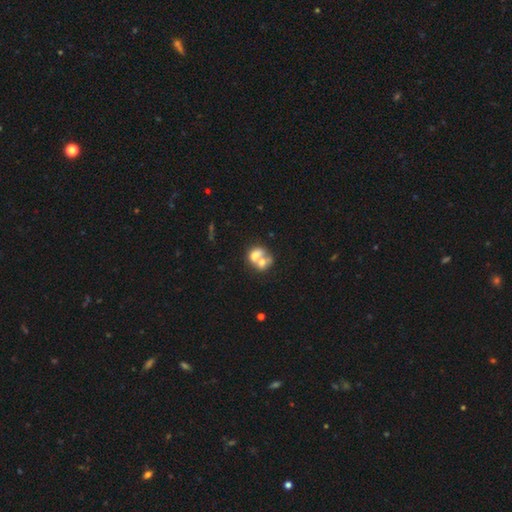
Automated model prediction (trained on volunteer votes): smooth 59%, featured or disk 31%, star or artifact 9%. Down the decision tree: how rounded — in between (55%); merging — merger (69%).